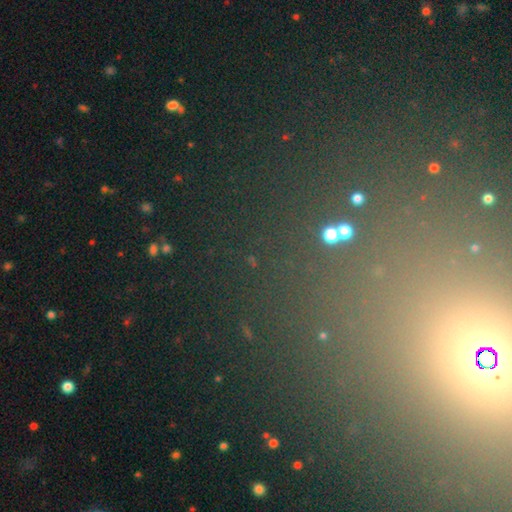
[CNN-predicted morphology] Q: Smooth or featured?
A: star or artifact (71%); runner-up: smooth (19%)